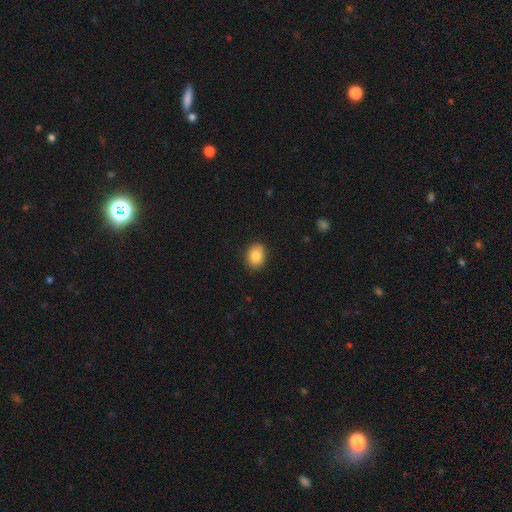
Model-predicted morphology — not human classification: Overall: smooth (86%). How rounded: in between (65%; round 34%). Merging: none (87%).